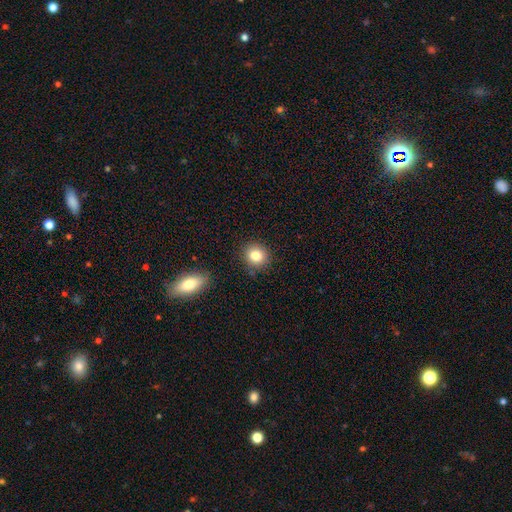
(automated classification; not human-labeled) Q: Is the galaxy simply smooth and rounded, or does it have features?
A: smooth — 83%.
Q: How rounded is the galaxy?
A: round — 83%.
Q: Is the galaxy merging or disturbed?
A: none — 87%.